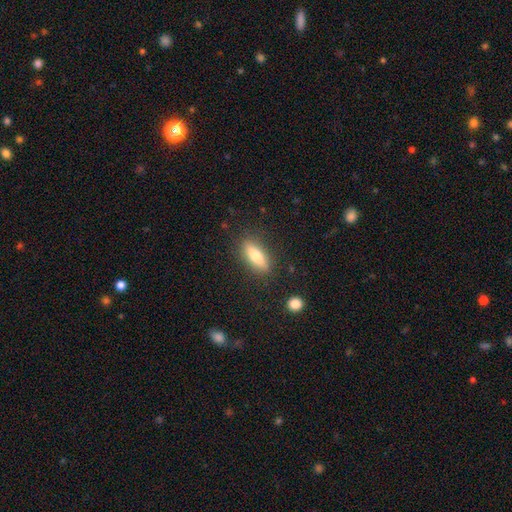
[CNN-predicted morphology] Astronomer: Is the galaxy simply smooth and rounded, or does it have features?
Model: smooth — 68%.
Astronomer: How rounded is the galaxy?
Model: in between — 59% (runner-up: cigar-shaped, 38%).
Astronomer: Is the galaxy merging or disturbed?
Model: none — 84%.